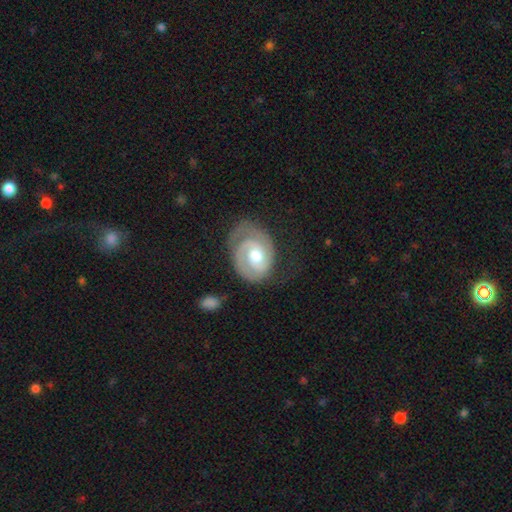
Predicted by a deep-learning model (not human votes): Smooth or featured?
  - featured or disk: 86% *
  - smooth: 10%
  - star or artifact: 4%
Edge-on disk?
  - no: 98% *
  - yes: 2%
Bar?
  - no: 55% *
  - weak: 37%
  - strong: 8%
Spiral arms?
  - yes: 96% *
  - no: 4%
Spiral winding?
  - tight: 61% *
  - medium: 32%
  - loose: 7%
Spiral arm count?
  - 2: 64% *
  - 1: 21%
  - can't tell: 9%
  - 3: 4%
  - 4: 1%
  - more than 4: 1%
Bulge size?
  - moderate: 68% *
  - small: 15%
  - large: 14%
  - none: 2%
  - dominant: 1%
Merging?
  - none: 65% *
  - minor disturbance: 21%
  - major disturbance: 13%
  - merger: 2%